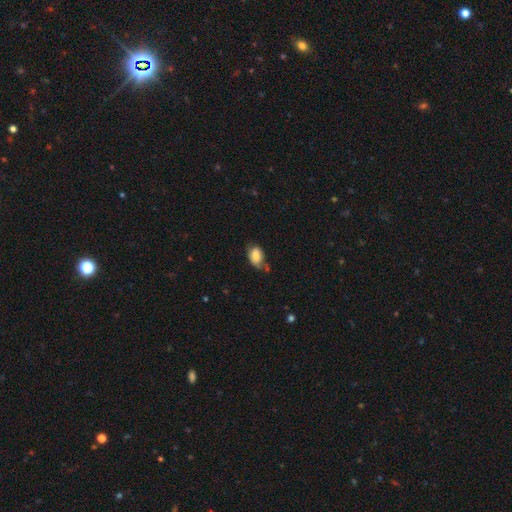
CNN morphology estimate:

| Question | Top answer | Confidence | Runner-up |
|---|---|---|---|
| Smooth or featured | smooth | 81% | featured or disk (11%) |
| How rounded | in between | 83% | round (16%) |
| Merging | none | 51% | minor disturbance (33%) |